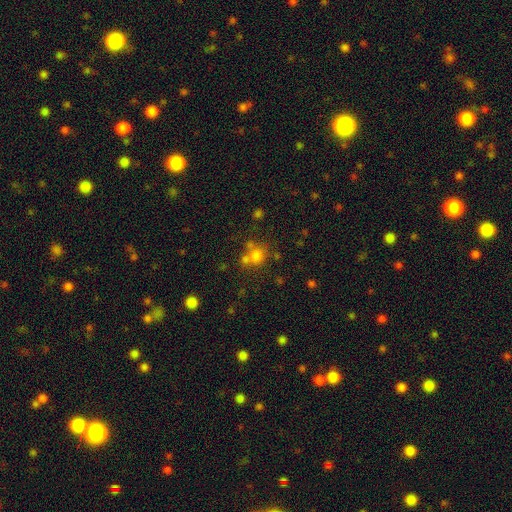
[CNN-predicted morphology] smooth 72%, star or artifact 17%, featured or disk 11%. Down the decision tree: how rounded — round (83%); merging — none (55%).